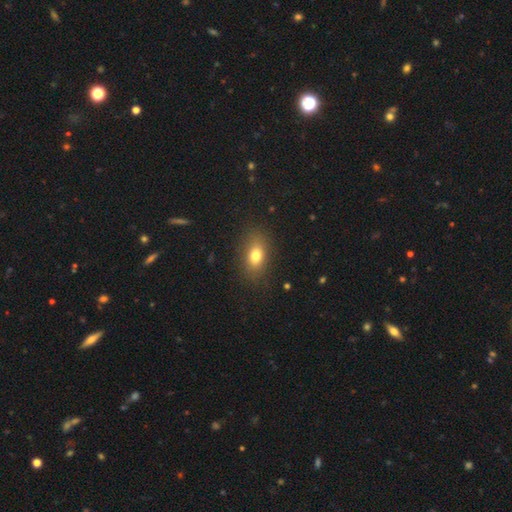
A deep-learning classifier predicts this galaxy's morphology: A smooth galaxy with no disk features (78%) that is in between round and cigar-shaped (82%). Merging: none (84%).